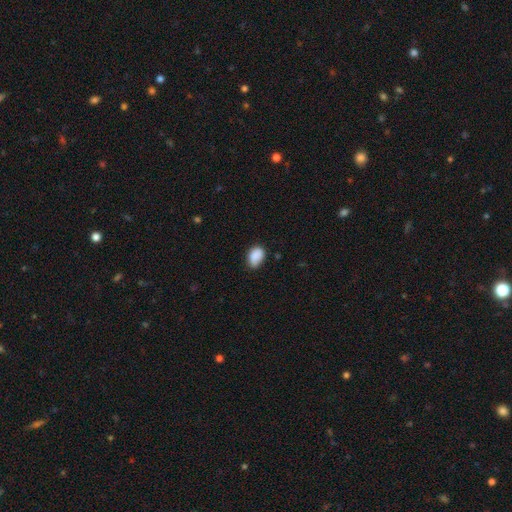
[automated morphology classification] Smooth or featured? smooth (87%)
How rounded? in between (81%)
Merging? none (63%)